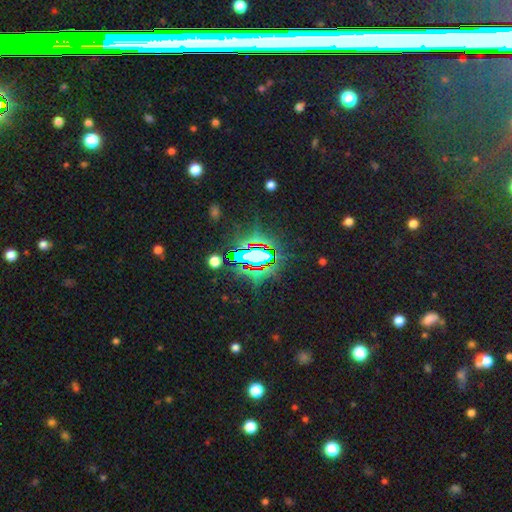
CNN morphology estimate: Smooth or featured? star or artifact (71%)